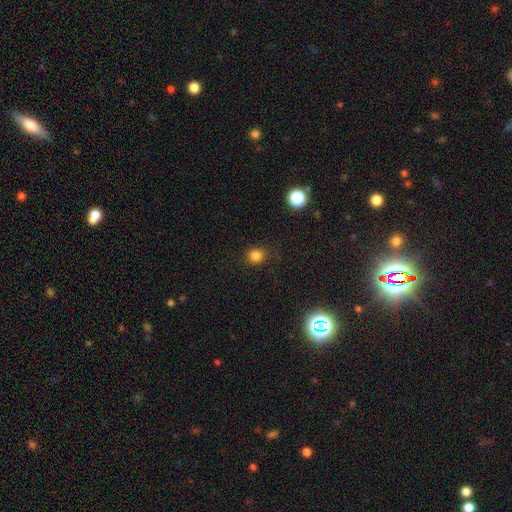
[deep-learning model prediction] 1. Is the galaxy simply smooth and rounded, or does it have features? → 82% smooth, 14% star or artifact, 4% featured or disk.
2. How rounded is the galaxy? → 81% round, 19% in between, 1% cigar-shaped.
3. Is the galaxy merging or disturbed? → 86% none, 10% minor disturbance, 3% major disturbance, 1% merger.